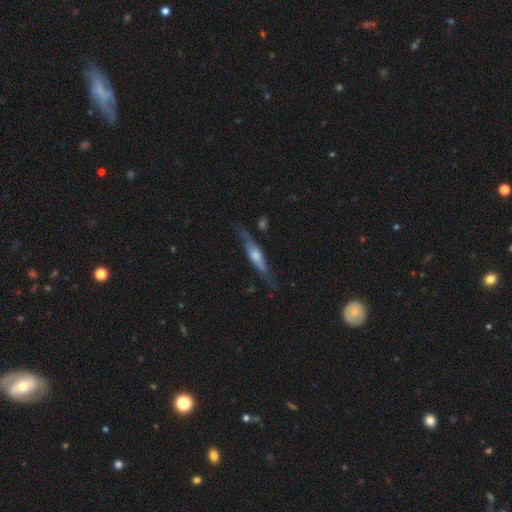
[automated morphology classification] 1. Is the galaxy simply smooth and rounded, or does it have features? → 62% featured or disk, 32% smooth, 6% star or artifact.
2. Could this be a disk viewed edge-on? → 82% yes, 18% no.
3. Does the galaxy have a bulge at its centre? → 69% rounded, 18% boxy, 13% none.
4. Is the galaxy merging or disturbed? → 67% none, 22% minor disturbance, 9% major disturbance, 3% merger.